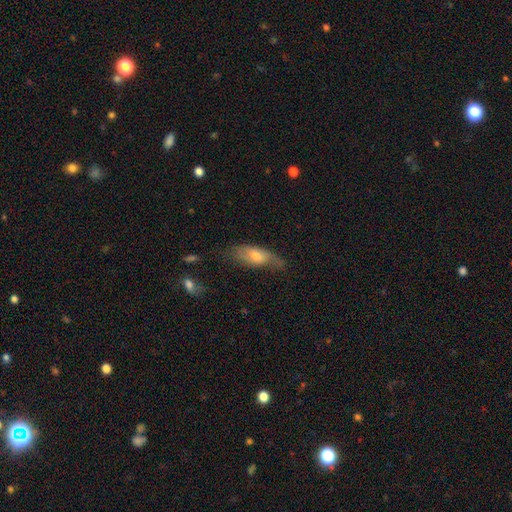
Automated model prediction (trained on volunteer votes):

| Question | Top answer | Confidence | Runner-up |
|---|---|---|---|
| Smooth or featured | smooth | 56% | featured or disk (36%) |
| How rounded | in between | 69% | cigar-shaped (28%) |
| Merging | none | 52% | minor disturbance (32%) |